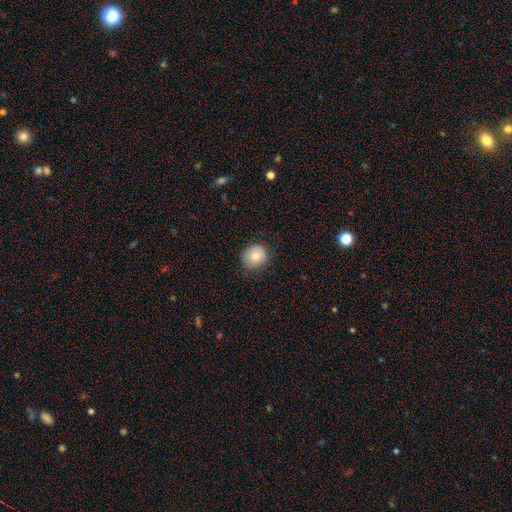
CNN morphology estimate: The model was most divided on "merging": none: 79%, minor disturbance: 17%, major disturbance: 4%, merger: 1%. More confident: how rounded — round (83%); smooth or featured — smooth (78%).